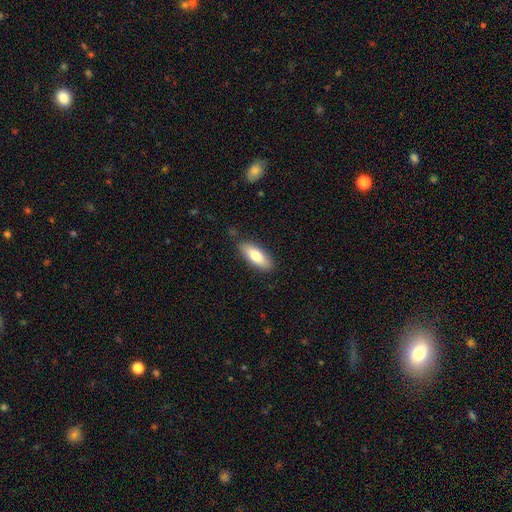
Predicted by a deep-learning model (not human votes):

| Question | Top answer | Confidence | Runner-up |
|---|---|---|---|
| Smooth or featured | smooth | 79% | featured or disk (15%) |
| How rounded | in between | 73% | cigar-shaped (25%) |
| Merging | none | 83% | minor disturbance (13%) |